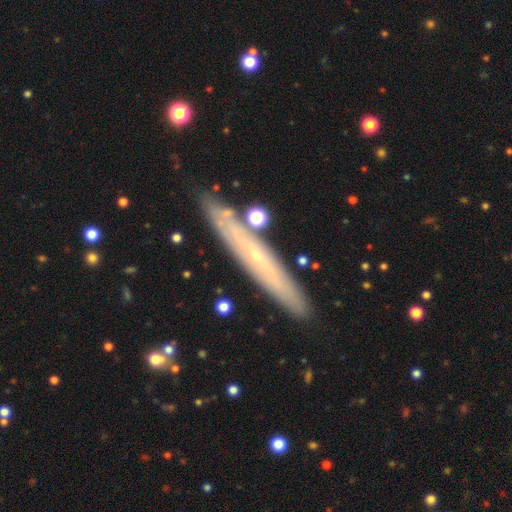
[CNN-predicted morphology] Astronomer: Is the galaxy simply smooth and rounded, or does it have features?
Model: featured or disk — 59%.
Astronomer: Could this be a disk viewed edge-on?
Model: yes — 80%.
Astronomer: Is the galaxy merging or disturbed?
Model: none — 86%.